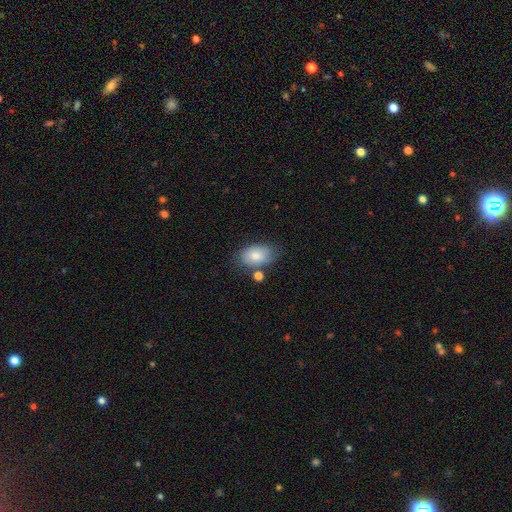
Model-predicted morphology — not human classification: Smooth or featured? Predicted: smooth (p=0.78). How rounded? Predicted: in between (p=0.89). Merging? Predicted: none (p=0.66).